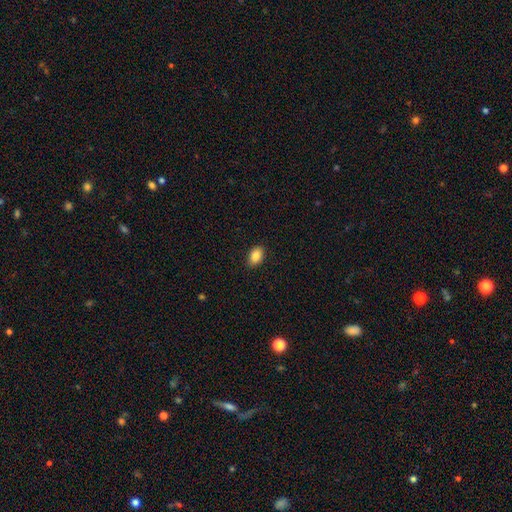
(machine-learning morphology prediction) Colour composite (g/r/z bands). It shows a smooth galaxy with no disk features (87%) that is in between round and cigar-shaped (87%). Merging: none (89%).